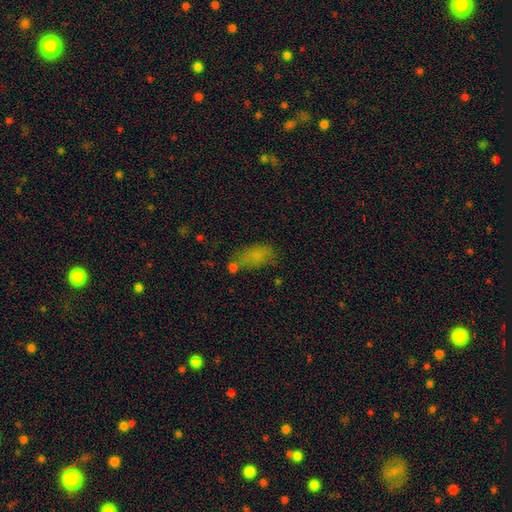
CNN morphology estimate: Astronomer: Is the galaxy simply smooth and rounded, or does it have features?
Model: smooth — 73%.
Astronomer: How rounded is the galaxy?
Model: in between — 87%.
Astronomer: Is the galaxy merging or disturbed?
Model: none — 55%.